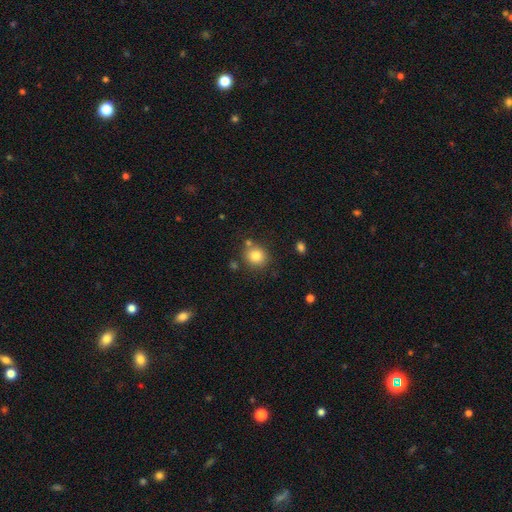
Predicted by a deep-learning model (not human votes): A smooth galaxy with no disk features (83%) that is round (81%).

Vote fractions:
- Smooth or featured? smooth: 83% / star or artifact: 10% / featured or disk: 7%
- How rounded? round: 81% / in between: 18% / cigar-shaped: 1%
- Merging? none: 77% / minor disturbance: 11% / merger: 9% / major disturbance: 4%